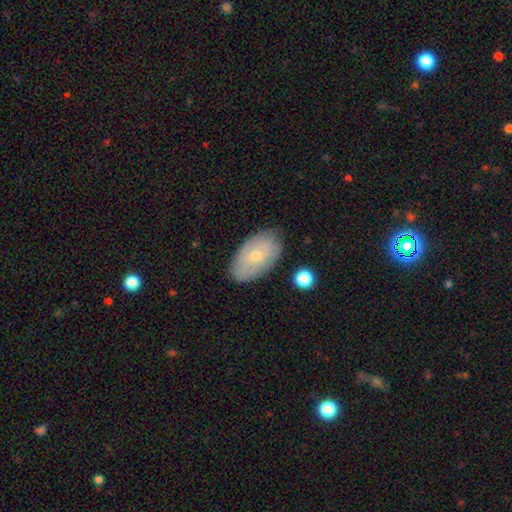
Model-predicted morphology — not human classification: A smooth galaxy with no disk features (55%) that is in between round and cigar-shaped (93%).

Vote fractions:
- Smooth or featured? smooth: 55% / featured or disk: 38% / star or artifact: 7%
- How rounded? in between: 93% / round: 6% / cigar-shaped: 2%
- Merging? none: 80% / minor disturbance: 15% / major disturbance: 3% / merger: 2%